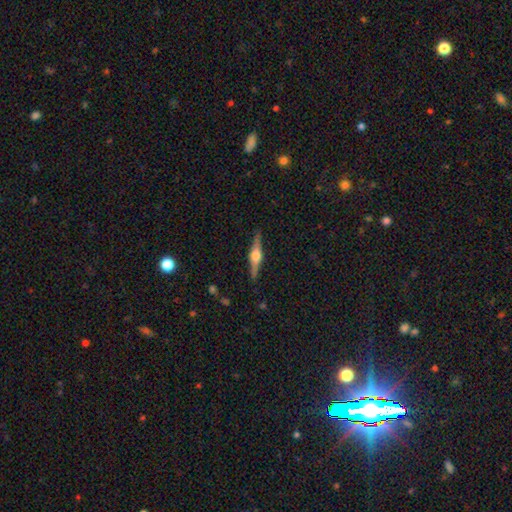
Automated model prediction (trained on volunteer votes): A featured or disk galaxy (77%) viewed edge-on (98%) with a rounded central bulge (92%). Merging: none (90%).